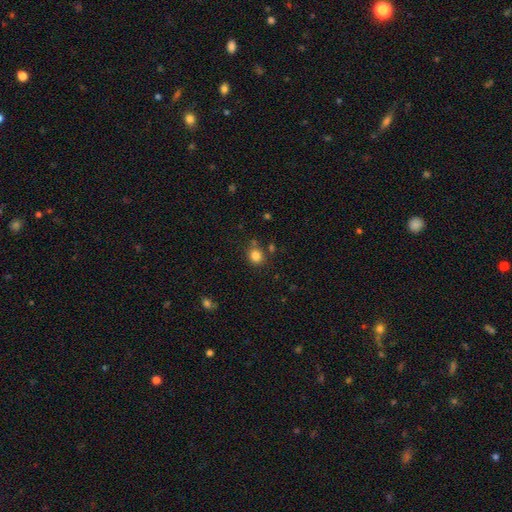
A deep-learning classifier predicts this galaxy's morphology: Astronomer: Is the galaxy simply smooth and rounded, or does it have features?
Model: smooth — 83%.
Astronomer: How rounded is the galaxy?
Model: round — 79%.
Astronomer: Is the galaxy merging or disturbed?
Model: none — 78%.